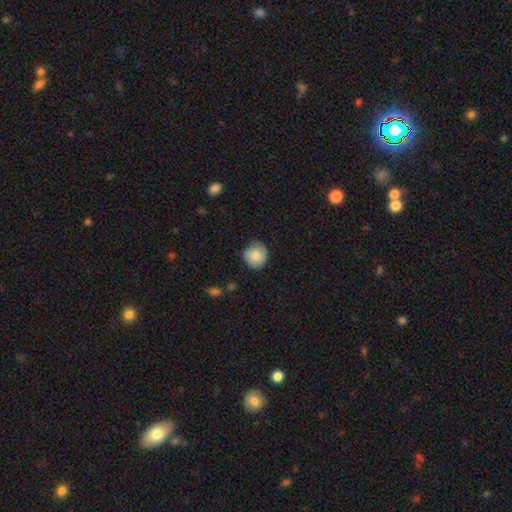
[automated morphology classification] smooth-or-featured: smooth: 77% | featured or disk: 16% | star or artifact: 7%
  how-rounded: round: 89% | in between: 10% | cigar-shaped: 1%
  merging: none: 77% | minor disturbance: 18% | major disturbance: 3% | merger: 1%